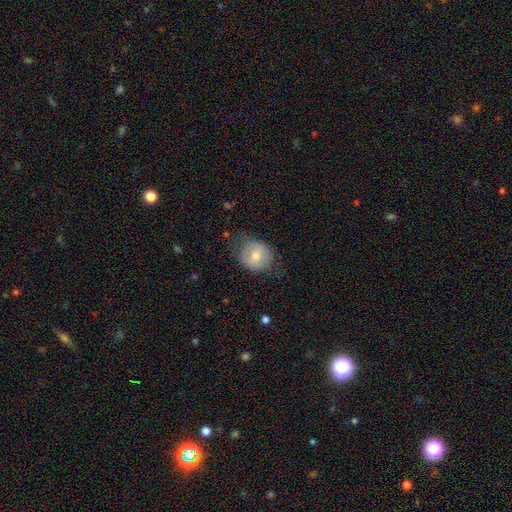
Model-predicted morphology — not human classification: A smooth galaxy with no disk features (61%) that is round (77%).

Vote fractions:
- Smooth or featured? smooth: 61% / featured or disk: 31% / star or artifact: 9%
- How rounded? round: 77% / in between: 22% / cigar-shaped: 1%
- Merging? none: 71% / minor disturbance: 21% / major disturbance: 7% / merger: 1%